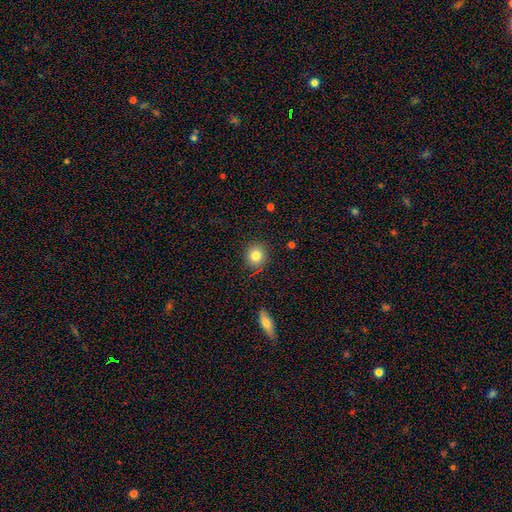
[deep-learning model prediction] This appears to be a smooth galaxy with no disk features (82%) that is round (88%). Merging: none (89%).